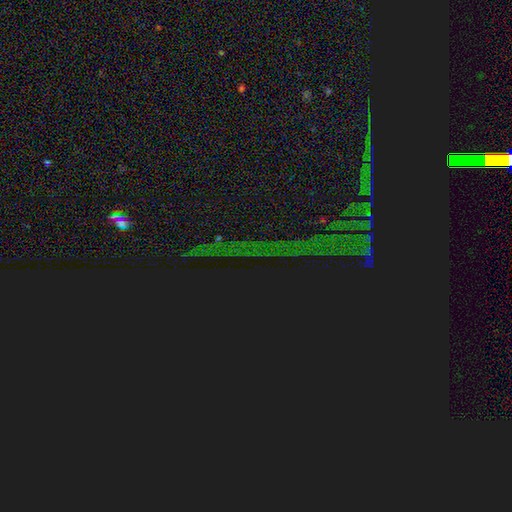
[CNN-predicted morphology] star or artifact 86%, featured or disk 7%, smooth 7%.